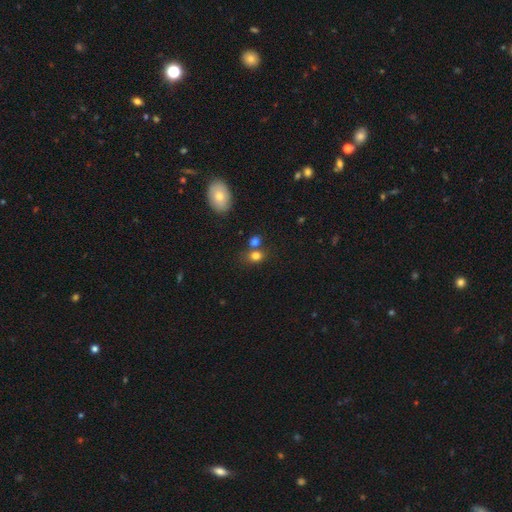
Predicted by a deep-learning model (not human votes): Morphology: type=smooth (78%); roundness=round (55%); merging=none (55%).